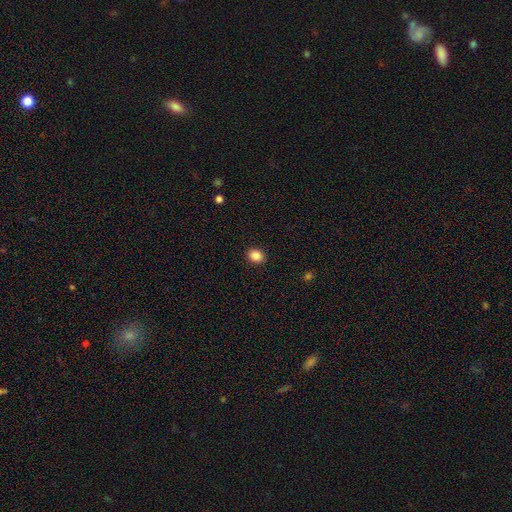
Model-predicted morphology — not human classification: This appears to be a smooth galaxy with no disk features (87%) that is round (58%). Merging: none (91%).